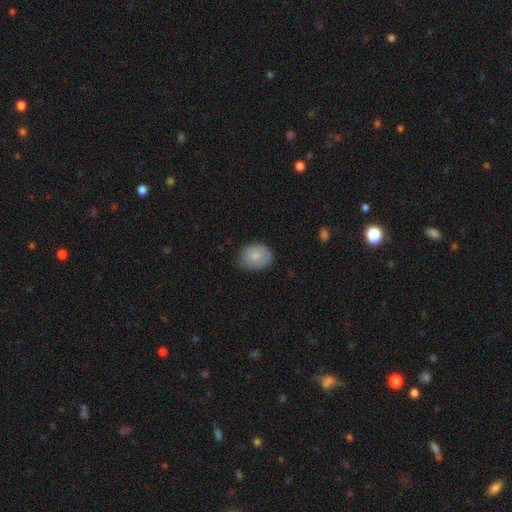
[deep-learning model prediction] This is likely a smooth galaxy (77%). How rounded: possibly in between (53%). Merging: likely none (61%).